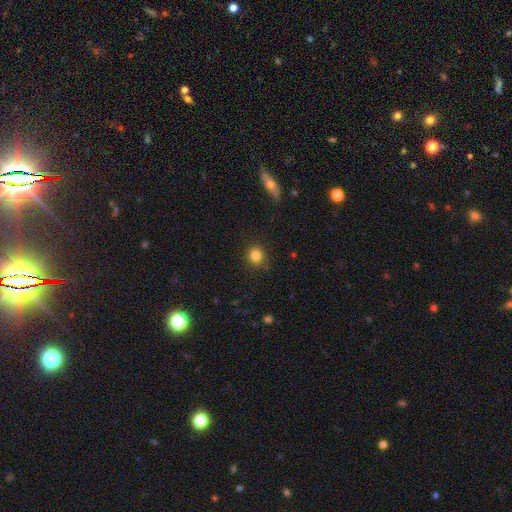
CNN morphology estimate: Smooth or featured: smooth — 83% (star or artifact — 11%)
How rounded: round — 87% (in between — 12%)
Merging: none — 88% (minor disturbance — 8%)